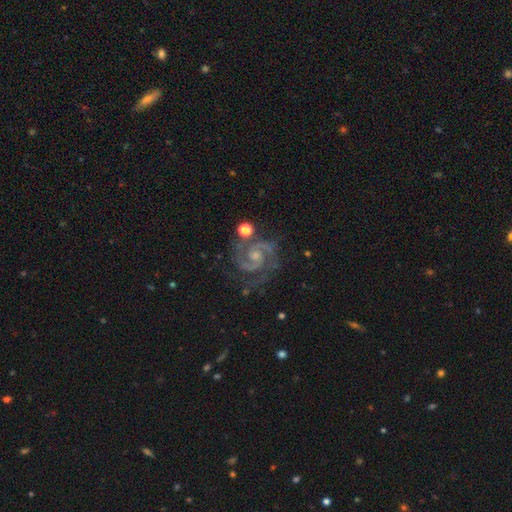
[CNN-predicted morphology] A featured or disk galaxy (91%) with no bar (55%), 2 (89%) medium (53%) spiral arms (99%) and a small central bulge (56%). Merging: none (73%).